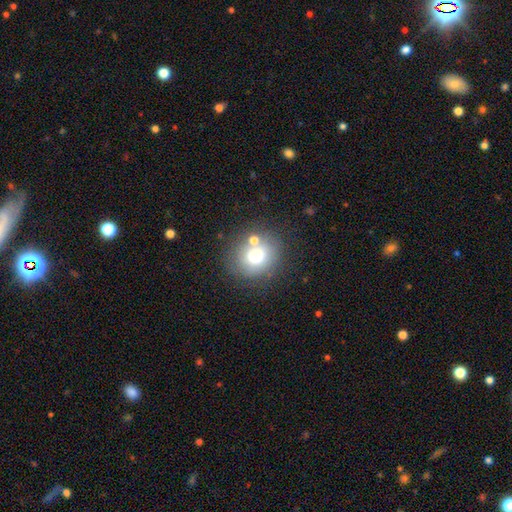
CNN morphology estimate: smooth 73%, featured or disk 15%, star or artifact 12%. Down the decision tree: how rounded — round (77%); merging — none (65%).